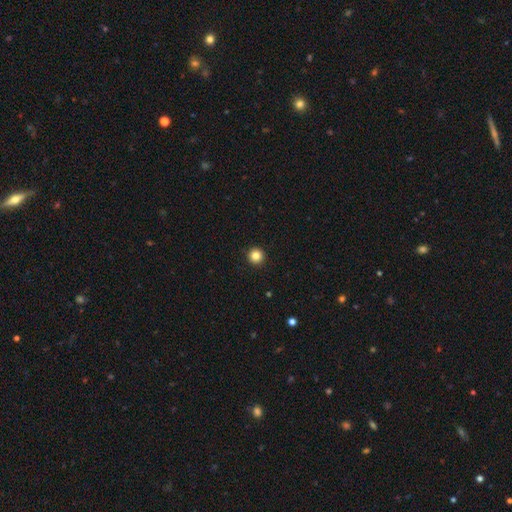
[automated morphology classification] Smooth or featured? Predicted: smooth (p=0.84). How rounded? Predicted: round (p=0.96). Merging? Predicted: none (p=0.94).